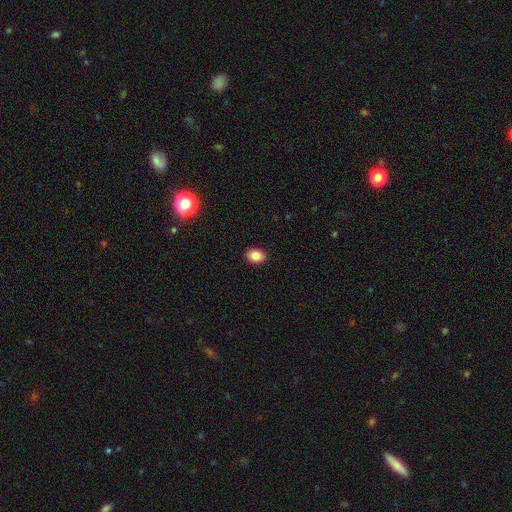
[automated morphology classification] smooth-or-featured: smooth: 87% | star or artifact: 9% | featured or disk: 5%
  how-rounded: in between: 70% | round: 29% | cigar-shaped: 1%
  merging: none: 91% | minor disturbance: 7% | major disturbance: 2% | merger: 1%